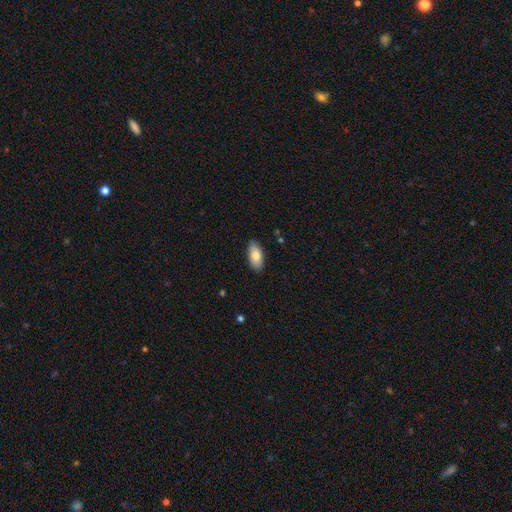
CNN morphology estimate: Overall: smooth (81%). How rounded: in between (91%). Merging: none (87%).